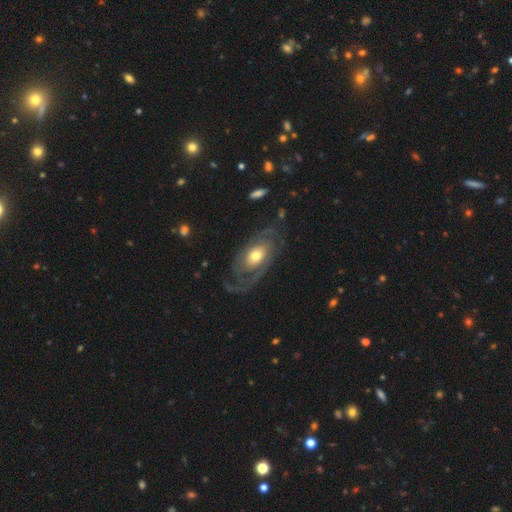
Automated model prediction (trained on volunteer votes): Morphology: type=featured or disk (82%); edge-on=no (95%); bar=no (75%); spiral arms=yes (90%); winding=tight (48%); arm count=2 (61%); bulge=moderate (67%); merging=none (70%).